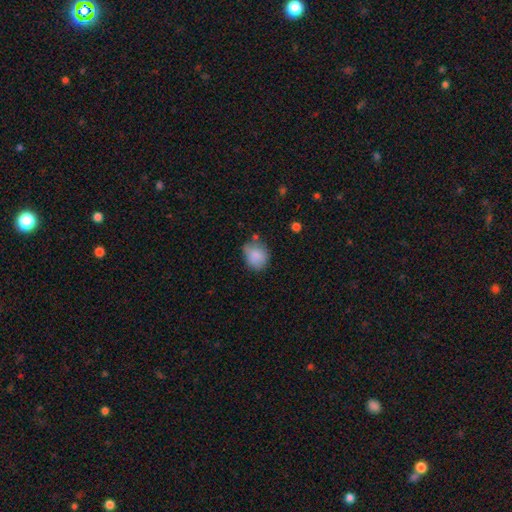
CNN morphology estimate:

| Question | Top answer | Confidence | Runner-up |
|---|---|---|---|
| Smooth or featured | smooth | 83% | featured or disk (9%) |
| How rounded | round | 61% | in between (38%) |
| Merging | none | 58% | minor disturbance (30%) |